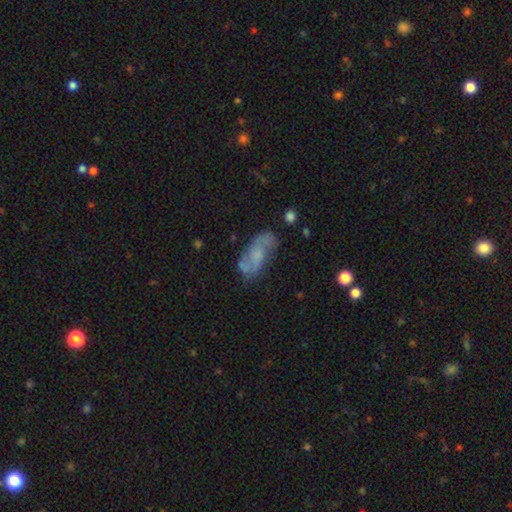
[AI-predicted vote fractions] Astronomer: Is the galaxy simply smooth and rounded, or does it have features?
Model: featured or disk — 60%.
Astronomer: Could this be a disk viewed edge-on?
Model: no — 91%.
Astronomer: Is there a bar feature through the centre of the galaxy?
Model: no — 62%.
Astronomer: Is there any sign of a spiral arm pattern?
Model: yes — 81%.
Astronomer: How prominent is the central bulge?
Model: none — 35% (runner-up: small, 29%).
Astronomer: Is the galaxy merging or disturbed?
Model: none — 64%.